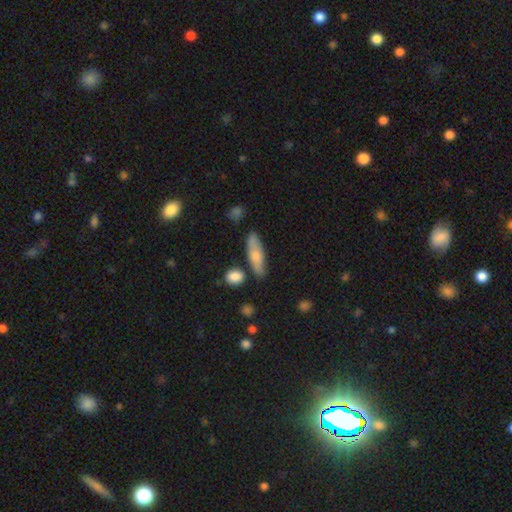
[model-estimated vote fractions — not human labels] This is likely a smooth galaxy (69%). How rounded: possibly cigar-shaped (50%). Merging: likely none (70%).